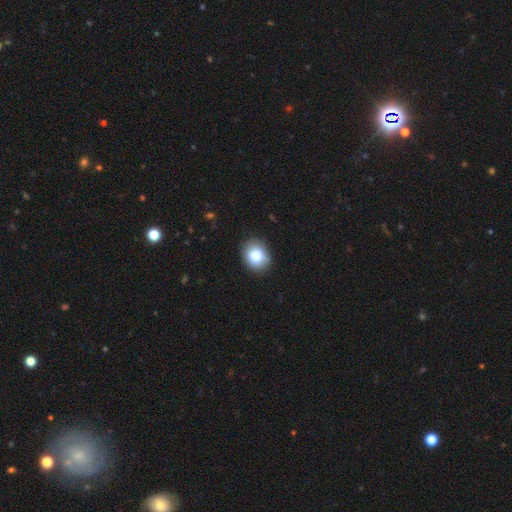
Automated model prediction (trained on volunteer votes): This appears to be a smooth galaxy with no disk features (82%) that is round (55%). Merging: none (87%).